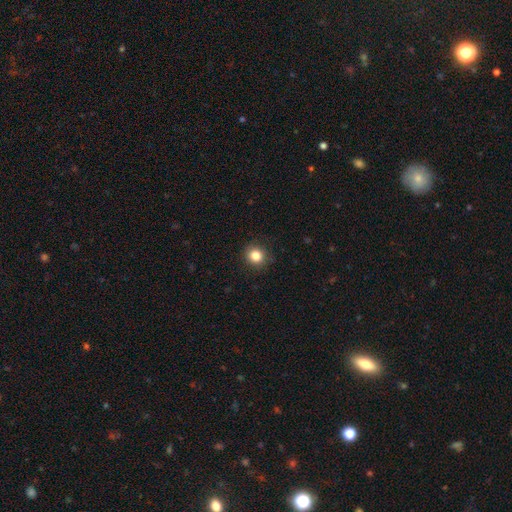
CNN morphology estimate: smooth-or-featured: smooth: 84% | star or artifact: 11% | featured or disk: 5%
  how-rounded: round: 90% | in between: 9% | cigar-shaped: 1%
  merging: none: 90% | minor disturbance: 7% | major disturbance: 2% | merger: 1%